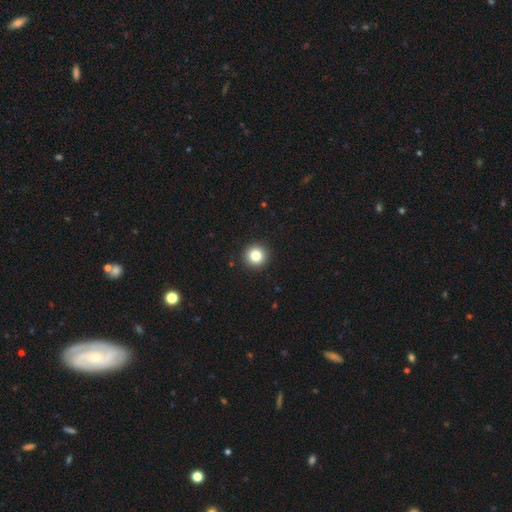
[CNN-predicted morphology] This appears to be a smooth galaxy with no disk features (83%) that is round (96%). Merging: none (93%).